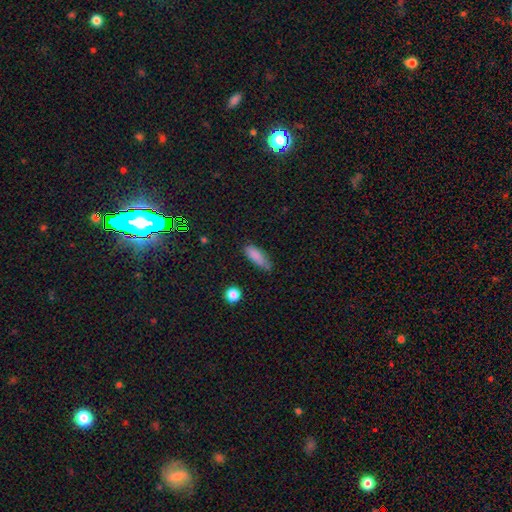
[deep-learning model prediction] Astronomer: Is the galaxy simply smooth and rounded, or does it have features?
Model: smooth — 84%.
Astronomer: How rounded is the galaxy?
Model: in between — 59% (runner-up: cigar-shaped, 39%).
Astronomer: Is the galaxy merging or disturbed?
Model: none — 58%.